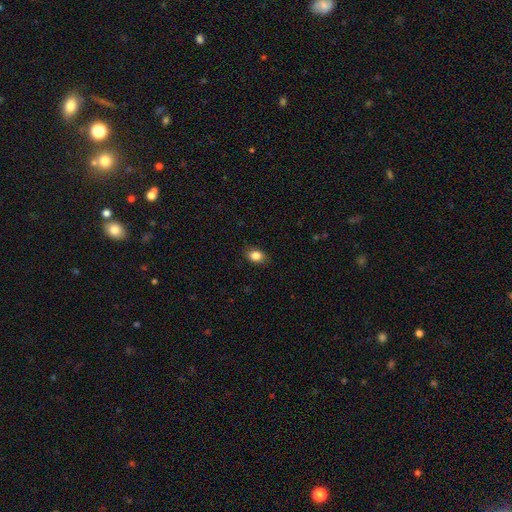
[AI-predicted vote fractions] Smooth or featured?
  - smooth: 85% *
  - star or artifact: 9%
  - featured or disk: 6%
How rounded?
  - in between: 68% *
  - round: 31%
  - cigar-shaped: 1%
Merging?
  - none: 86% *
  - minor disturbance: 10%
  - major disturbance: 2%
  - merger: 1%